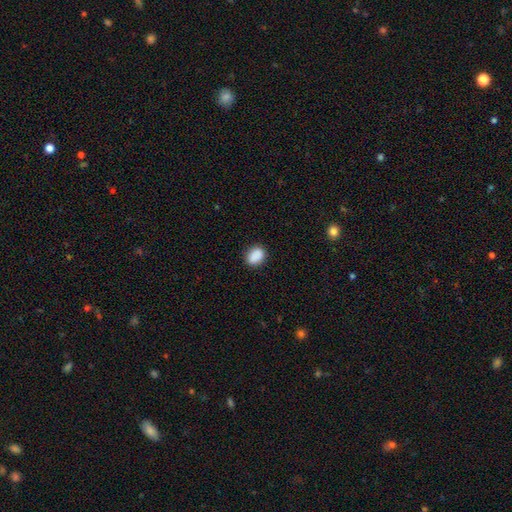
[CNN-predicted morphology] type=smooth (89%); roundness=in between (72%); merging=none (88%).